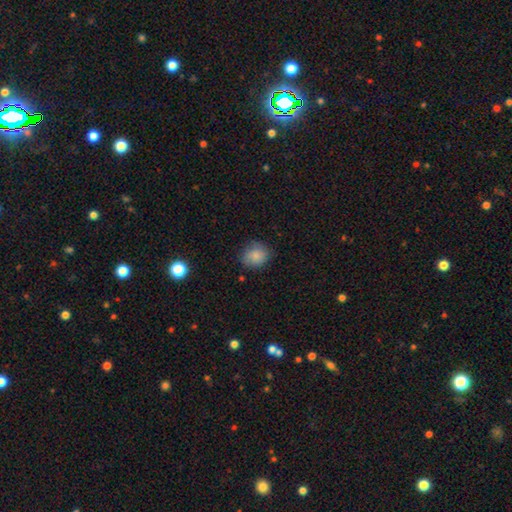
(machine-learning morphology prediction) Overall: smooth (85%). How rounded: round (70%). Merging: none (76%).